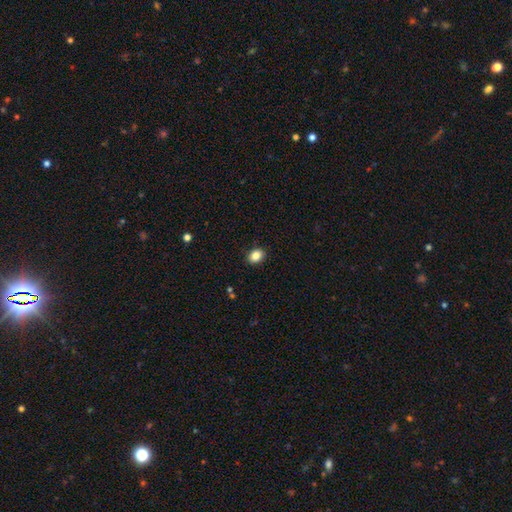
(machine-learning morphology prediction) Smooth or featured?
  - smooth: 85% *
  - star or artifact: 10%
  - featured or disk: 5%
How rounded?
  - in between: 58% *
  - round: 41%
  - cigar-shaped: 1%
Merging?
  - none: 89% *
  - minor disturbance: 8%
  - major disturbance: 2%
  - merger: 1%